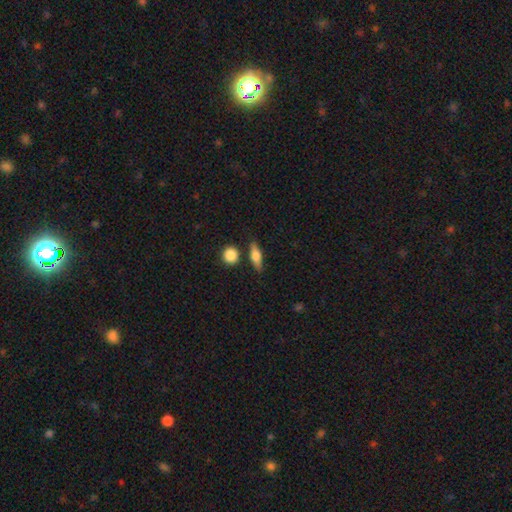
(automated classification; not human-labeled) smooth 58%, featured or disk 34%, star or artifact 8%. Down the decision tree: how rounded — in between (47%); merging — none (78%).